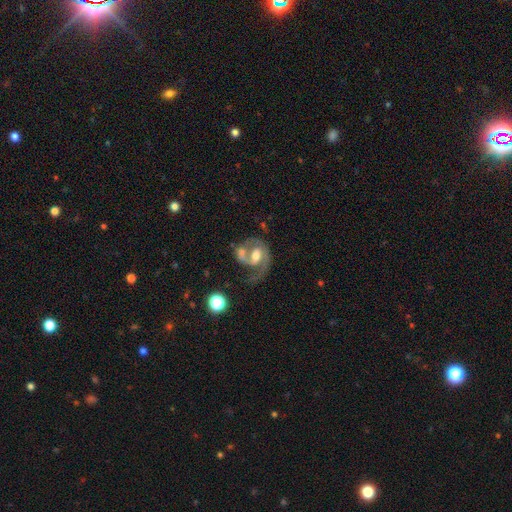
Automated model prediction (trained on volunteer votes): Smooth or featured: featured or disk — 80% (smooth — 14%)
Edge-on disk: no — 98% (yes — 2%)
Bar: weak — 45% (no — 38%)
Spiral arms: yes — 89% (no — 11%)
Spiral winding: medium — 47% (loose — 27%)
Spiral arm count: 1 — 46% (2 — 44%)
Bulge size: moderate — 61% (small — 20%)
Merging: merger — 36% (none — 28%)